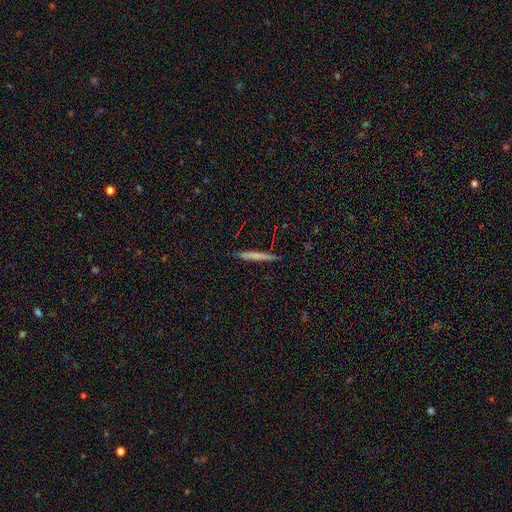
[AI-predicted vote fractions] The model was most divided on "smooth or featured": smooth: 64%, featured or disk: 30%, star or artifact: 6%. More confident: how rounded — cigar-shaped (96%); merging — none (89%).